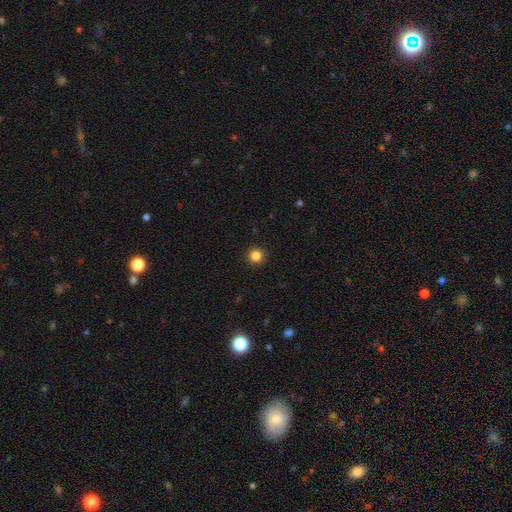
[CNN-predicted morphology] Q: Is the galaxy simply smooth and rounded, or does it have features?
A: smooth — 85%.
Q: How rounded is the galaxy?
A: round — 95%.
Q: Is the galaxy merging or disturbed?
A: none — 92%.